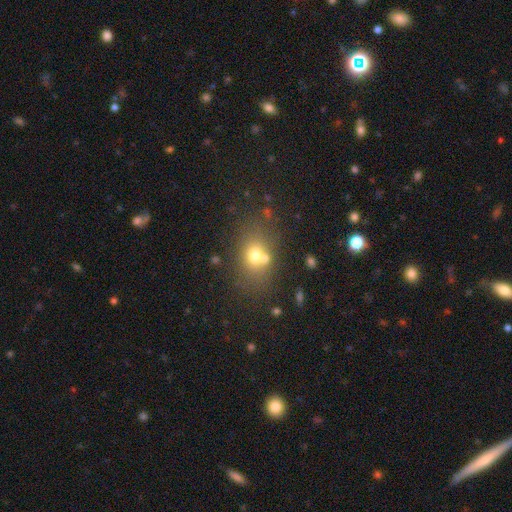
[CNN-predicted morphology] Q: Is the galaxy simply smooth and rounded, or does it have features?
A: smooth — 67%.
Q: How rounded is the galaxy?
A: in between — 56%.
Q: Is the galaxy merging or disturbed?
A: none — 59%.